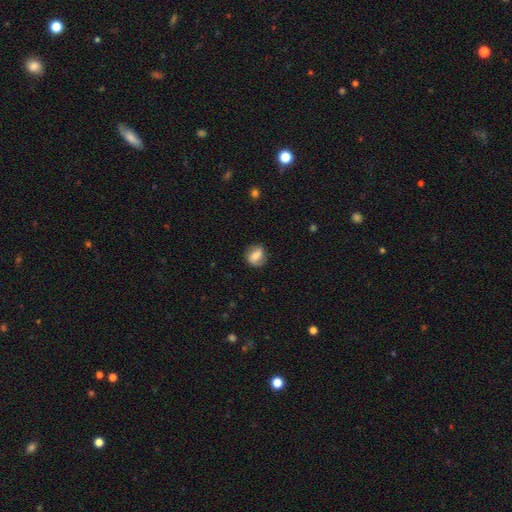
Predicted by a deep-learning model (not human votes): Q: Smooth or featured?
A: featured or disk (51%); runner-up: smooth (41%)
Q: Edge-on disk?
A: no (96%); runner-up: yes (4%)
Q: Merging?
A: none (76%); runner-up: minor disturbance (17%)